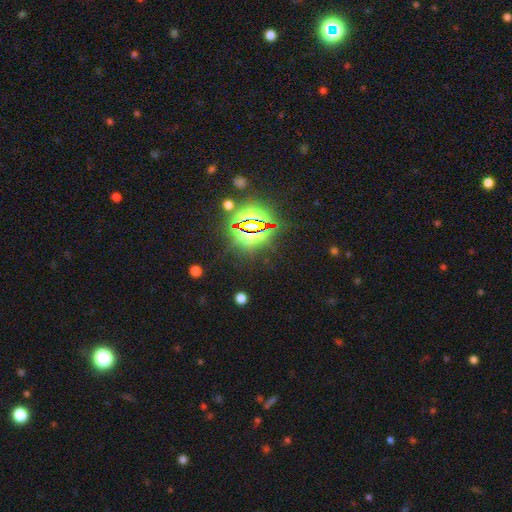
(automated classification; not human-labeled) Smooth or featured? star or artifact (86%)